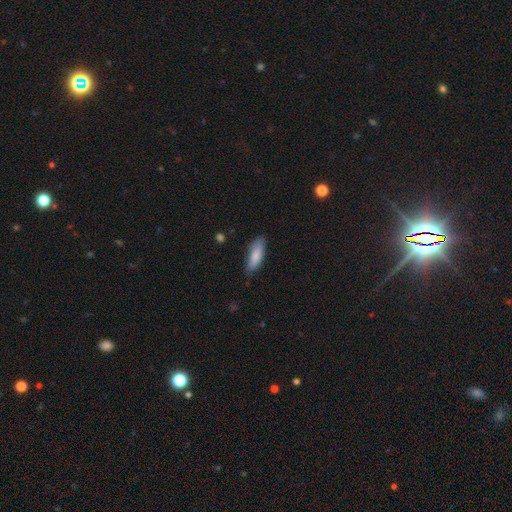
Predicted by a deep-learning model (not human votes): Q: Smooth or featured?
A: smooth (84%); runner-up: featured or disk (10%)
Q: How rounded?
A: in between (57%); runner-up: cigar-shaped (41%)
Q: Merging?
A: none (73%); runner-up: minor disturbance (22%)